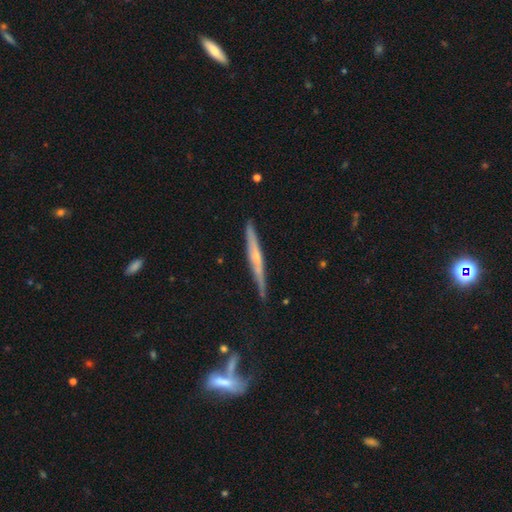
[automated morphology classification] featured or disk 74%, smooth 19%, star or artifact 7%. Down the decision tree: edge-on disk — yes (97%); edge-on bulge — rounded (73%); merging — none (82%).